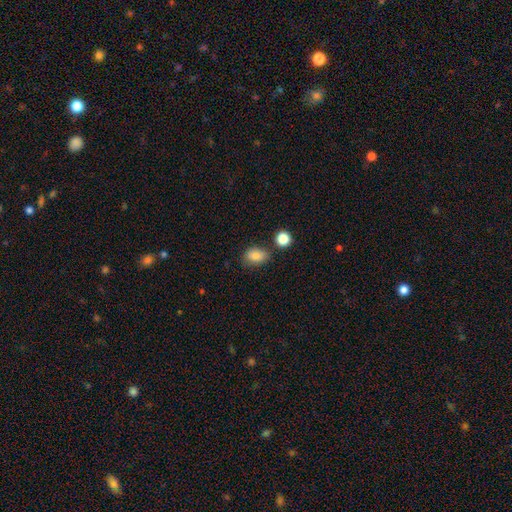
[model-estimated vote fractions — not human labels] Morphology: type=smooth (84%); roundness=in between (75%); merging=none (70%).